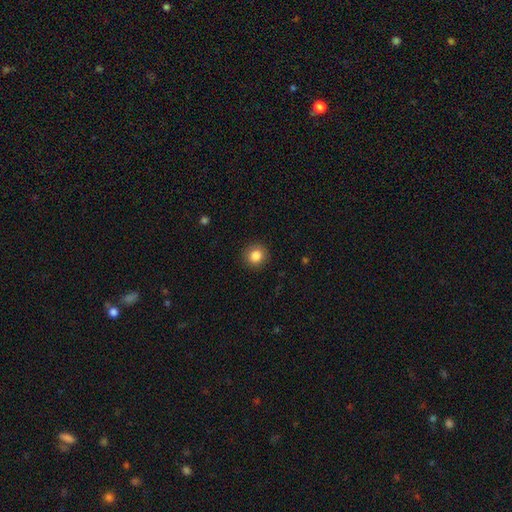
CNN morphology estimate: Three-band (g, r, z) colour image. It shows a smooth galaxy with no disk features (85%) that is round (91%). Merging: none (90%).